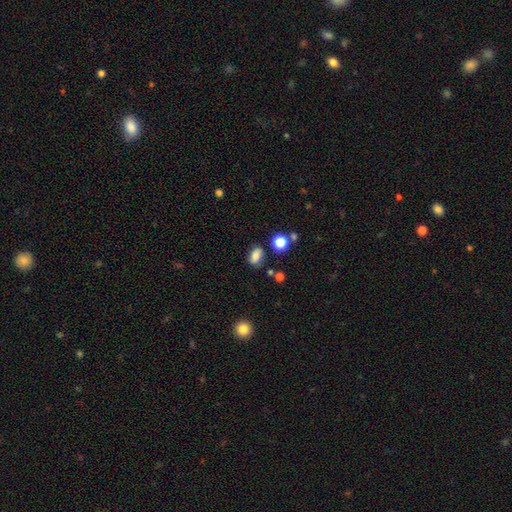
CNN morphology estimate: Smooth or featured: smooth — 75% (star or artifact — 13%)
How rounded: in between — 76% (round — 21%)
Merging: none — 71% (minor disturbance — 18%)